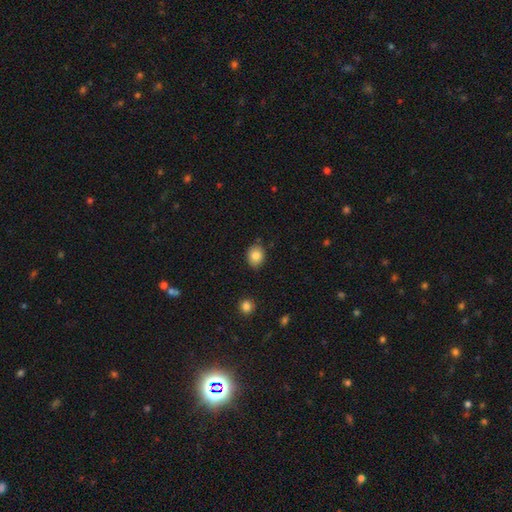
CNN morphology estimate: Smooth or featured? smooth (83%)
How rounded? round (56%)
Merging? none (84%)